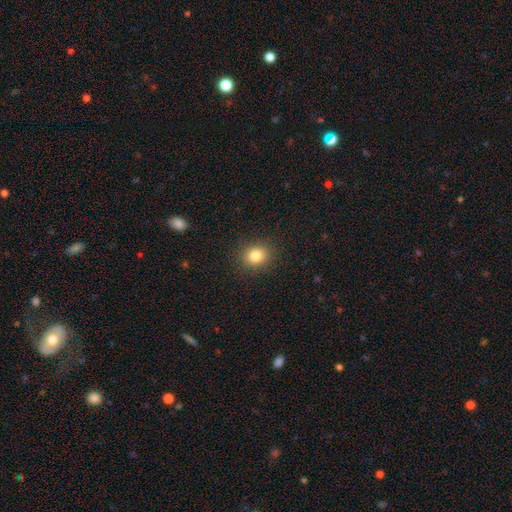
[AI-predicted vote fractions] smooth-or-featured: smooth: 82% | star or artifact: 12% | featured or disk: 6%
  how-rounded: round: 72% | in between: 27% | cigar-shaped: 1%
  merging: none: 89% | minor disturbance: 7% | major disturbance: 3% | merger: 1%